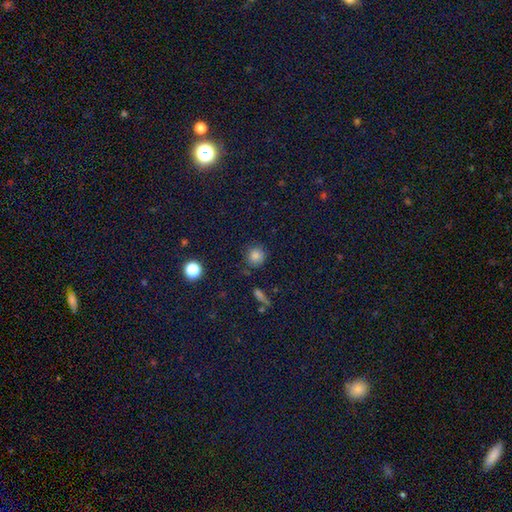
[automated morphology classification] A smooth galaxy with no disk features (79%) that is round (88%). Merging: none (79%).